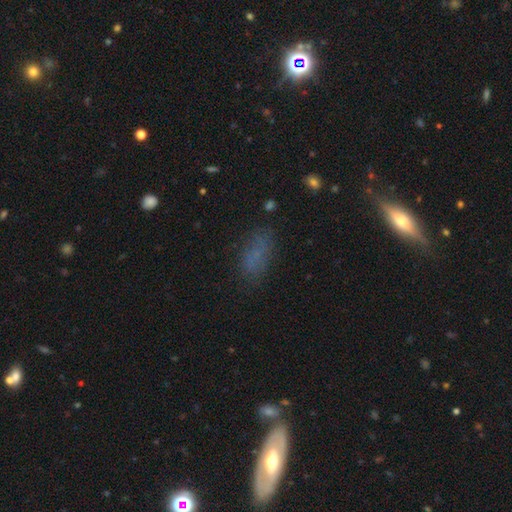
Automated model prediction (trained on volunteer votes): Overall: smooth (68%). How rounded: in between (78%). Merging: none (69%).